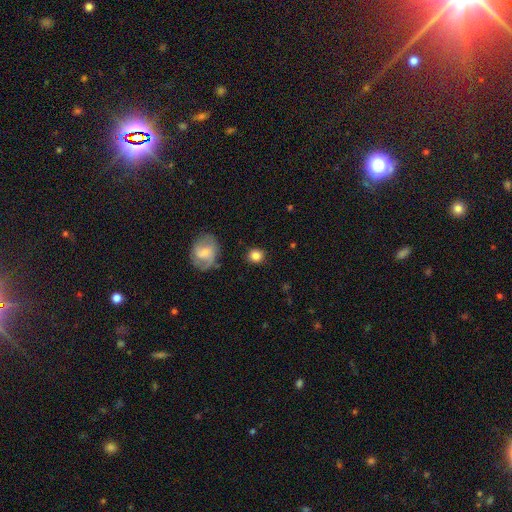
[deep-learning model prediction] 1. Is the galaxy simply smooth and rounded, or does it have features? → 81% smooth, 10% featured or disk, 8% star or artifact.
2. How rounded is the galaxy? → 85% round, 14% in between, 1% cigar-shaped.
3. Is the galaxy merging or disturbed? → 86% none, 9% minor disturbance, 3% major disturbance, 2% merger.